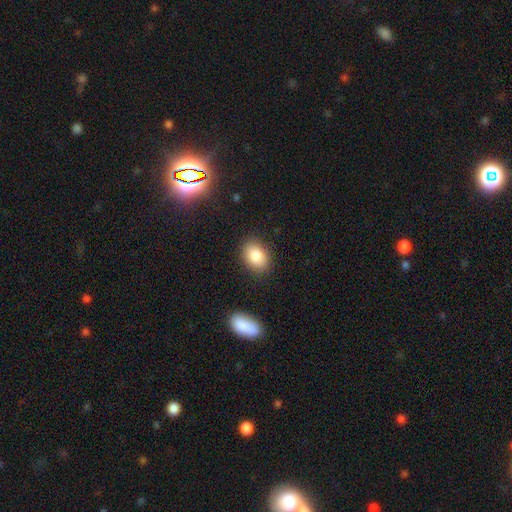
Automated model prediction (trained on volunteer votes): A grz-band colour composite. It shows a smooth galaxy with no disk features (85%) that is in between round and cigar-shaped (71%). Merging: none (85%).